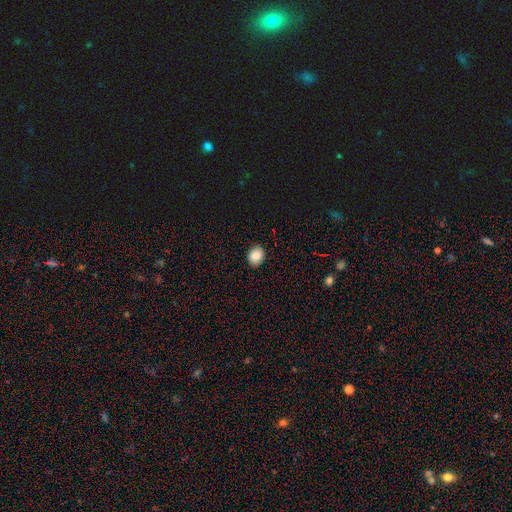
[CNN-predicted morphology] Q: Smooth or featured?
A: smooth (87%); runner-up: star or artifact (8%)
Q: How rounded?
A: round (60%); runner-up: in between (39%)
Q: Merging?
A: none (89%); runner-up: minor disturbance (8%)